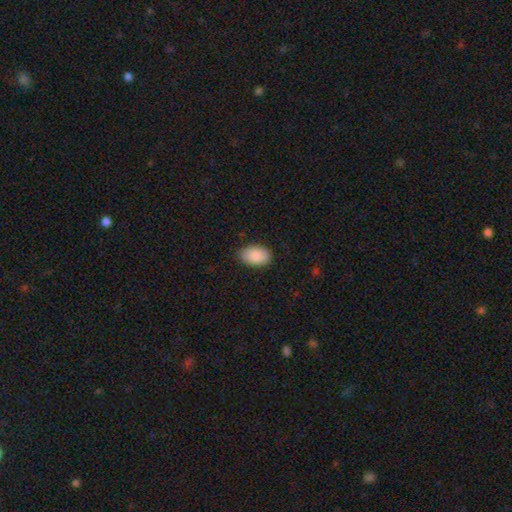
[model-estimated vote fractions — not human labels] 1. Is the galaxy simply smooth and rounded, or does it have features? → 89% smooth, 6% star or artifact, 5% featured or disk.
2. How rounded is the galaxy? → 92% in between, 7% round, 1% cigar-shaped.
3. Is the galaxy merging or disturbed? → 85% none, 12% minor disturbance, 2% major disturbance, 1% merger.